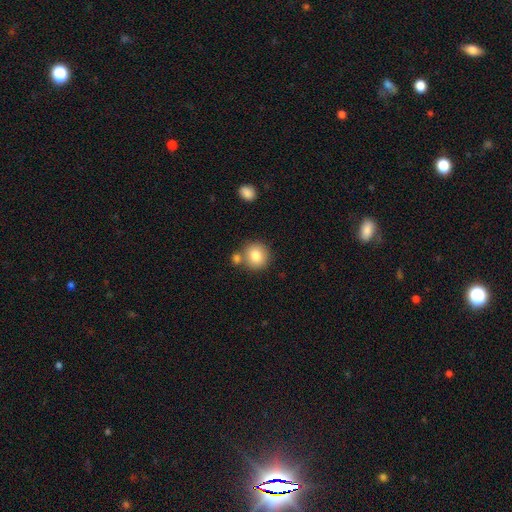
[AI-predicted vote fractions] Smooth or featured: smooth — 81% (featured or disk — 10%)
How rounded: round — 89% (in between — 10%)
Merging: none — 66% (merger — 21%)